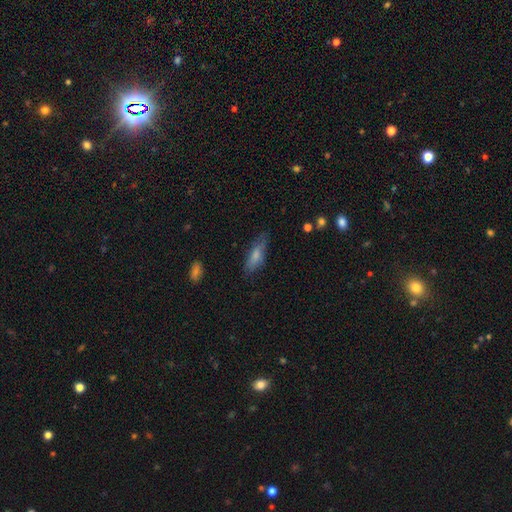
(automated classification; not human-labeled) Overall: smooth (71%). How rounded: in between (53%; cigar-shaped 45%). Merging: none (67%).